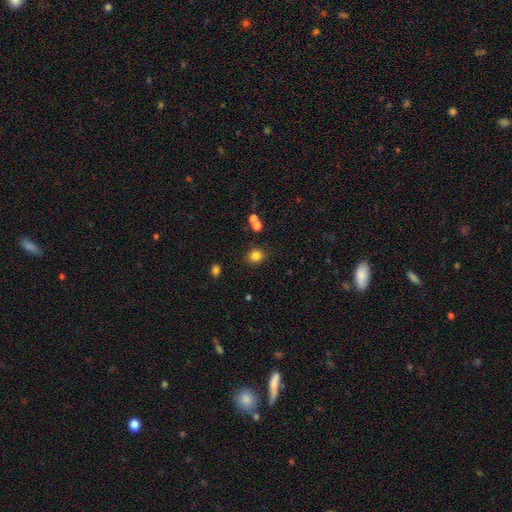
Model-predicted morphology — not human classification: A smooth galaxy with no disk features (82%) that is round (80%).

Vote fractions:
- Smooth or featured? smooth: 82% / star or artifact: 13% / featured or disk: 5%
- How rounded? round: 80% / in between: 19% / cigar-shaped: 1%
- Merging? none: 85% / minor disturbance: 8% / merger: 4% / major disturbance: 3%